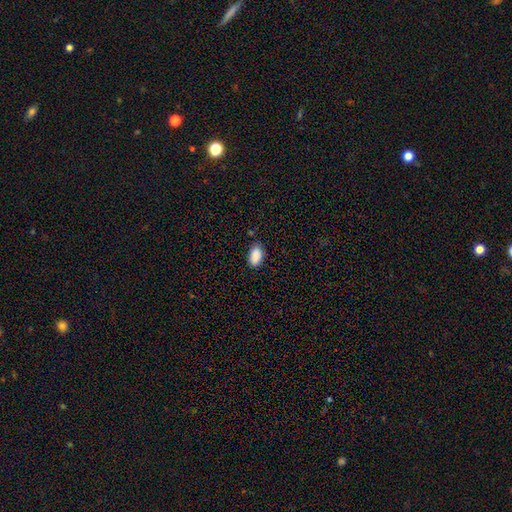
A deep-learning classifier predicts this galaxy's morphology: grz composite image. It shows a smooth galaxy with no disk features (90%) that is in between round and cigar-shaped (94%). Merging: none (83%).